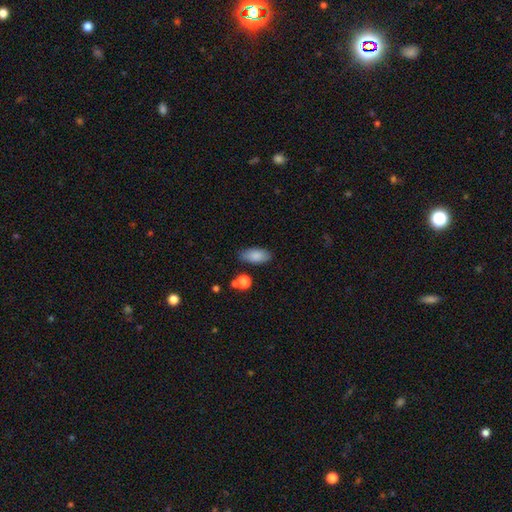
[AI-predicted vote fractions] This is clearly a smooth galaxy (86%). How rounded: clearly in between (89%). Merging: clearly none (82%).